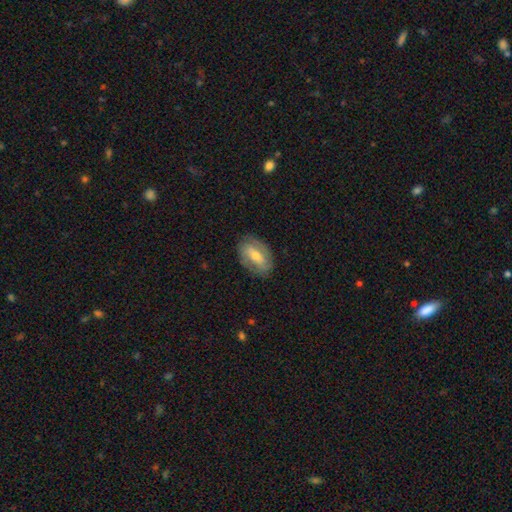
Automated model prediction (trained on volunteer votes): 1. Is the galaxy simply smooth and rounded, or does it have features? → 56% featured or disk, 37% smooth, 6% star or artifact.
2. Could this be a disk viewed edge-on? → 89% no, 11% yes.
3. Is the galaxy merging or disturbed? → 80% none, 15% minor disturbance, 5% major disturbance, 1% merger.